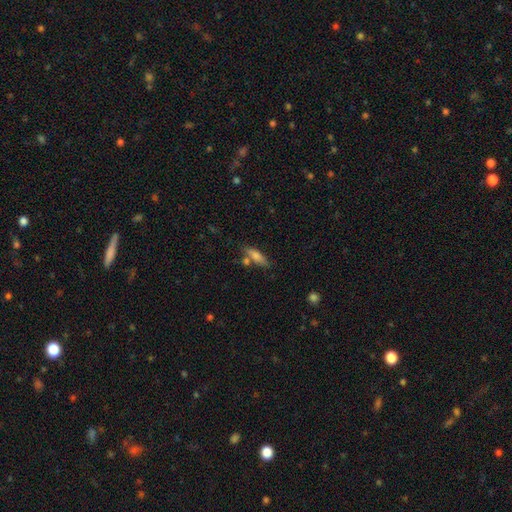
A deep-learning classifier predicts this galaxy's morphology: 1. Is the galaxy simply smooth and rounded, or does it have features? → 71% smooth, 20% featured or disk, 8% star or artifact.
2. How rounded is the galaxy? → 59% cigar-shaped, 38% in between, 3% round.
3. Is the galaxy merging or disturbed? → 68% none, 14% minor disturbance, 14% merger, 4% major disturbance.